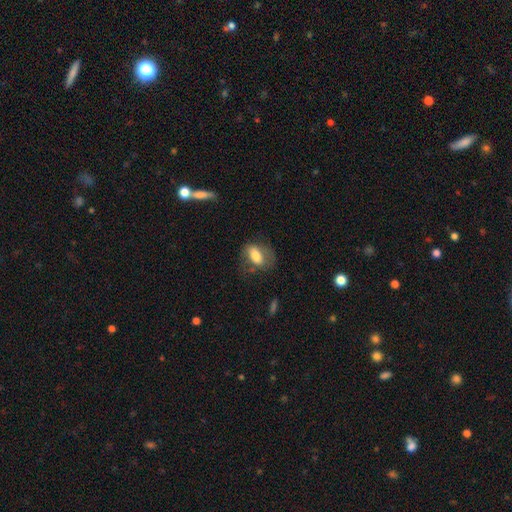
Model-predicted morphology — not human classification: The model was most divided on "merging": none: 55%, minor disturbance: 24%, major disturbance: 19%, merger: 2%. More confident: how rounded — in between (86%); smooth or featured — smooth (64%).